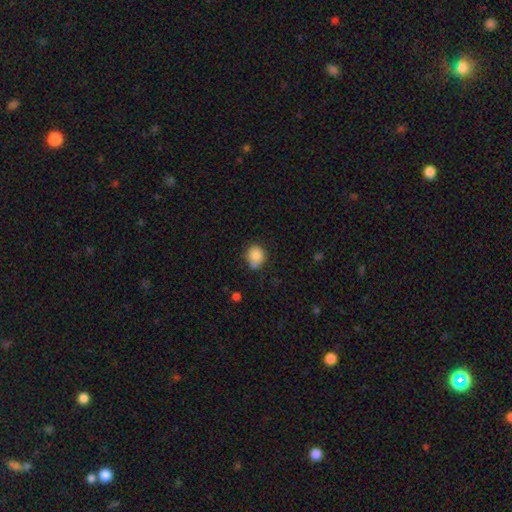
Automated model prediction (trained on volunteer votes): Smooth or featured? Predicted: smooth (p=0.84). How rounded? Predicted: round (p=0.74). Merging? Predicted: none (p=0.64).